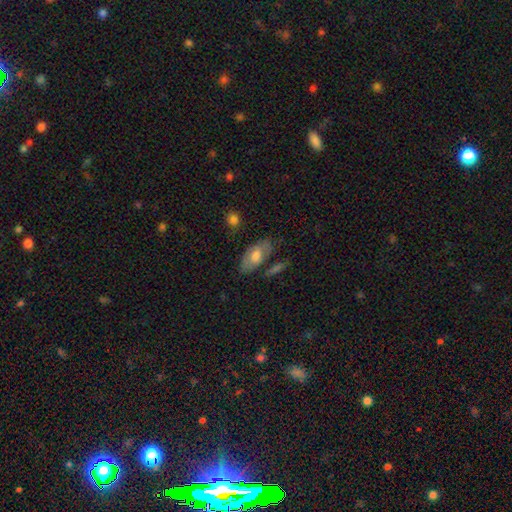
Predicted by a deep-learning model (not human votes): Q: Smooth or featured?
A: smooth (65%); runner-up: featured or disk (30%)
Q: How rounded?
A: in between (91%); runner-up: cigar-shaped (5%)
Q: Merging?
A: none (69%); runner-up: minor disturbance (18%)